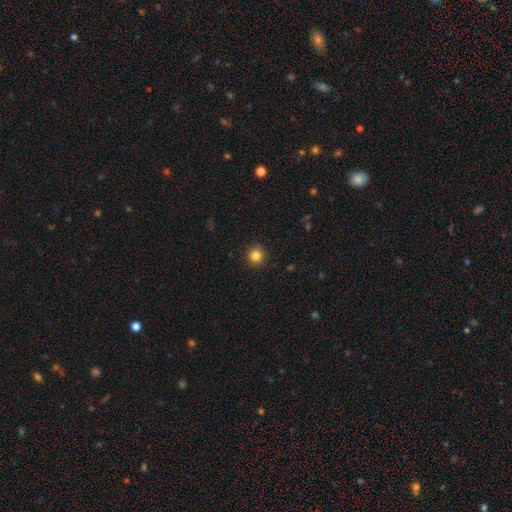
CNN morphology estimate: Q: Smooth or featured?
A: smooth (84%); runner-up: star or artifact (12%)
Q: How rounded?
A: round (94%); runner-up: in between (5%)
Q: Merging?
A: none (90%); runner-up: minor disturbance (7%)